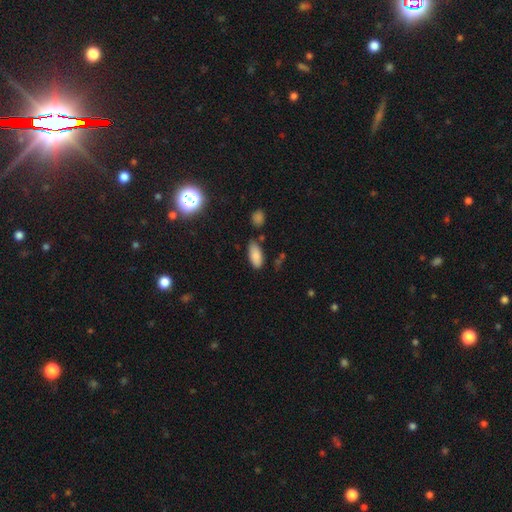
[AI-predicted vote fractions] Morphology: type=smooth (85%); roundness=in between (87%); merging=none (75%).